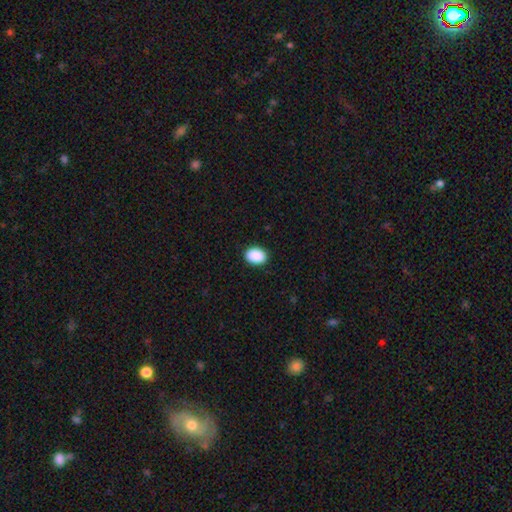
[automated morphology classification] smooth-or-featured: smooth: 91% | star or artifact: 7% | featured or disk: 2%
  how-rounded: in between: 79% | round: 20% | cigar-shaped: 1%
  merging: none: 90% | minor disturbance: 8% | major disturbance: 2% | merger: 1%